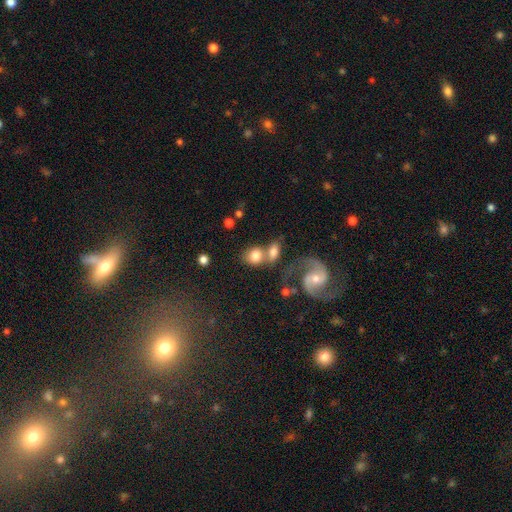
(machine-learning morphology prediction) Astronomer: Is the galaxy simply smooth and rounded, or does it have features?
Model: smooth — 71%.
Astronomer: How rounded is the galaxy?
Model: in between — 49%, tied with round at 49%.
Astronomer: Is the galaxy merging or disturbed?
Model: merger — 48% (runner-up: none, 34%).